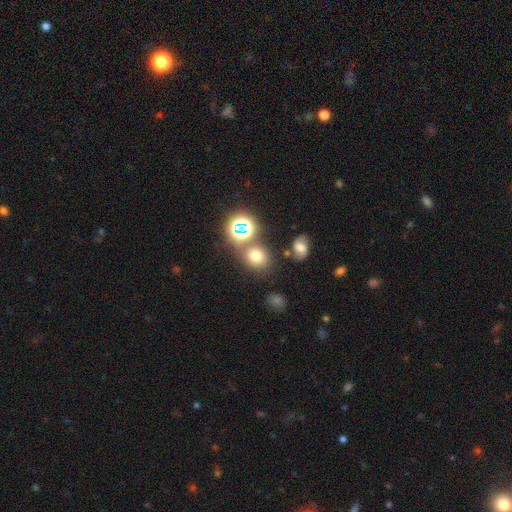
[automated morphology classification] Overall: smooth (66%). How rounded: round (71%). Merging: none (69%).